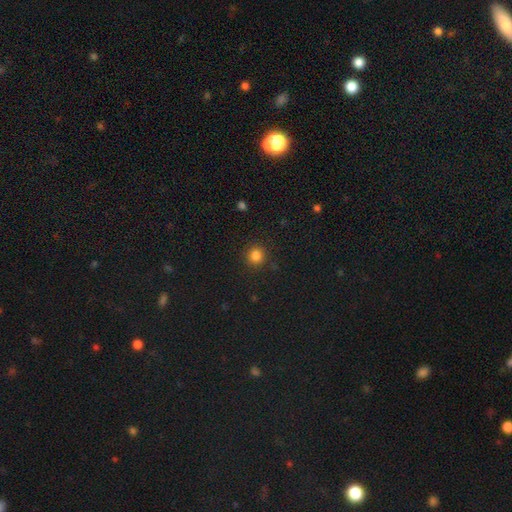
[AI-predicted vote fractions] A smooth galaxy with no disk features (83%) that is round (92%).

Vote fractions:
- Smooth or featured? smooth: 83% / star or artifact: 13% / featured or disk: 4%
- How rounded? round: 92% / in between: 7% / cigar-shaped: 1%
- Merging? none: 89% / minor disturbance: 7% / major disturbance: 2% / merger: 1%